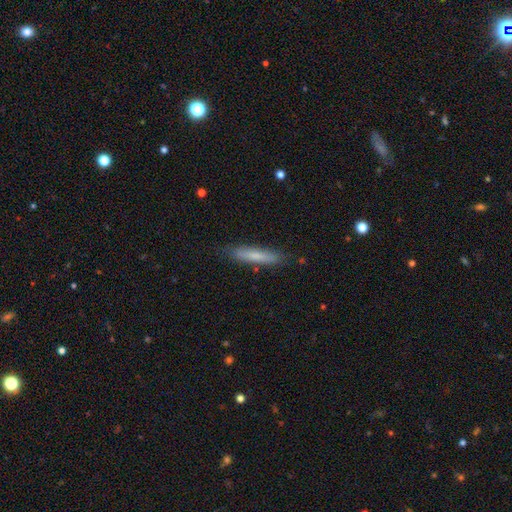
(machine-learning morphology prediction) A smooth galaxy with no disk features (72%) that is cigar-shaped (88%). Merging: none (84%).